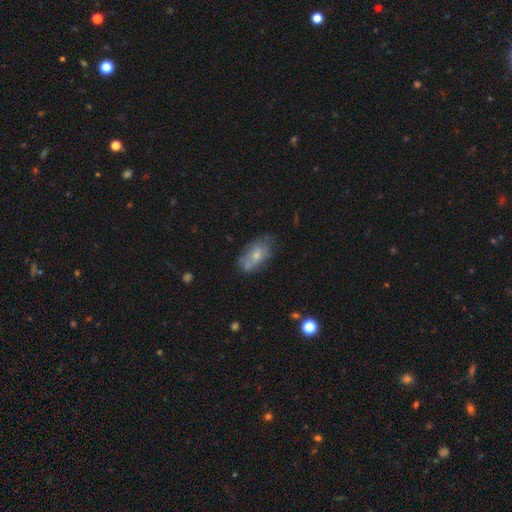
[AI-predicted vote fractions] smooth 57%, featured or disk 34%, star or artifact 9%. Down the decision tree: how rounded — in between (89%); merging — none (48%).